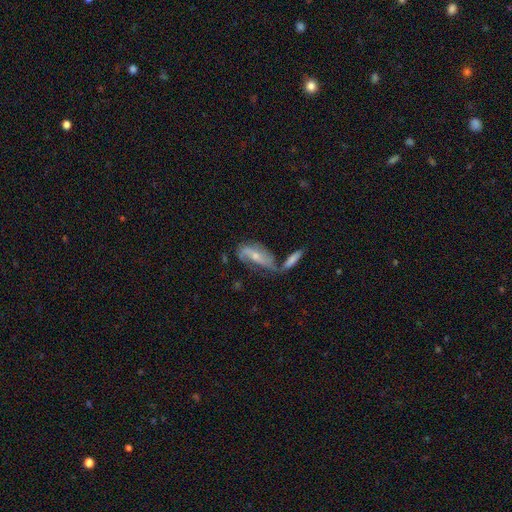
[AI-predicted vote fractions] A featured or disk galaxy (64%) with no bar (49%), spiral arms (82%) and a small central bulge (49%).

Vote fractions:
- Smooth or featured? featured or disk: 64% / smooth: 29% / star or artifact: 7%
- Edge-on disk? no: 82% / yes: 18%
- Bar? no: 49% / weak: 33% / strong: 18%
- Spiral arms? yes: 82% / no: 18%
- Bulge size? small: 49% / moderate: 44% / none: 3% / large: 3% / dominant: 1%
- Merging? none: 37% / merger: 30% / minor disturbance: 20% / major disturbance: 13%